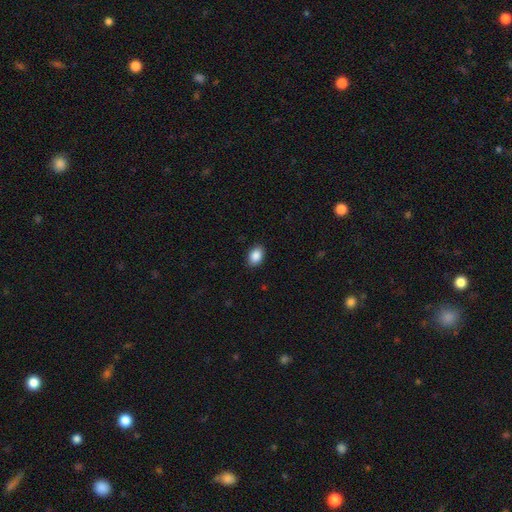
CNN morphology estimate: Smooth or featured?
  - smooth: 88% *
  - star or artifact: 7%
  - featured or disk: 4%
How rounded?
  - in between: 85% *
  - round: 14%
  - cigar-shaped: 1%
Merging?
  - none: 89% *
  - minor disturbance: 8%
  - major disturbance: 2%
  - merger: 1%